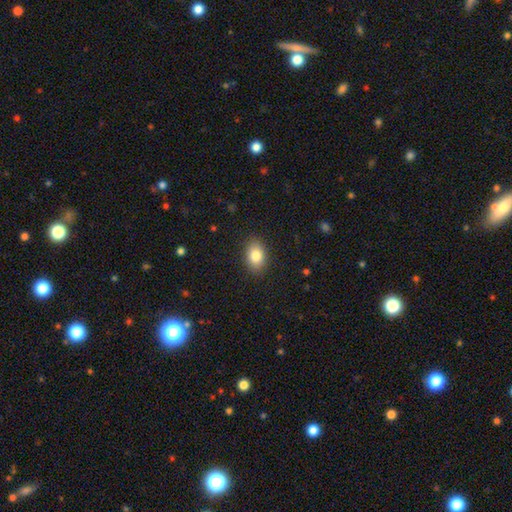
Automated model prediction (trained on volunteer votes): Overall: smooth (83%). How rounded: in between (82%). Merging: none (88%).